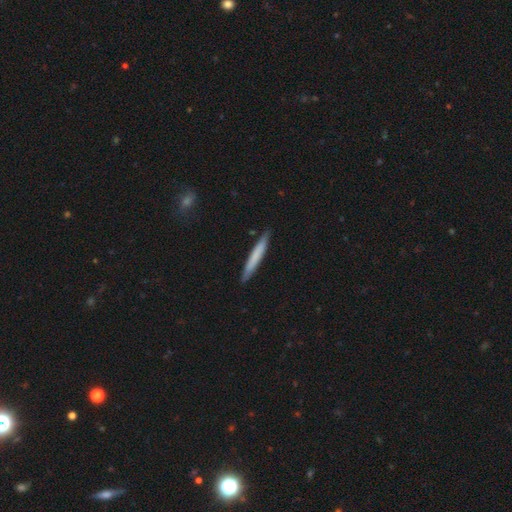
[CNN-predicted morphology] The model was most divided on "smooth or featured": smooth: 70%, featured or disk: 24%, star or artifact: 5%. More confident: how rounded — cigar-shaped (96%); merging — none (88%).